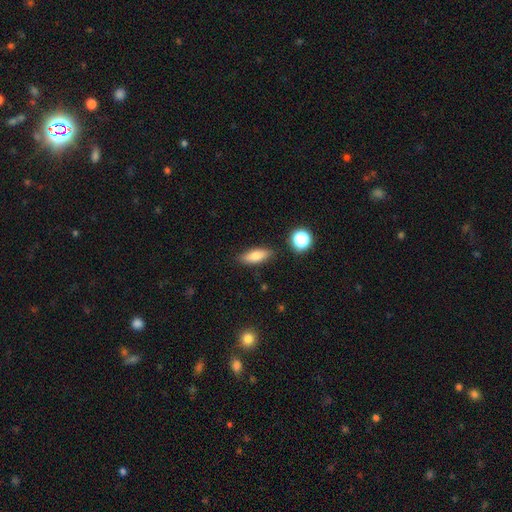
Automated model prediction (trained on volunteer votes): This is likely a smooth galaxy (76%). How rounded: likely in between (68%). Merging: clearly none (85%).